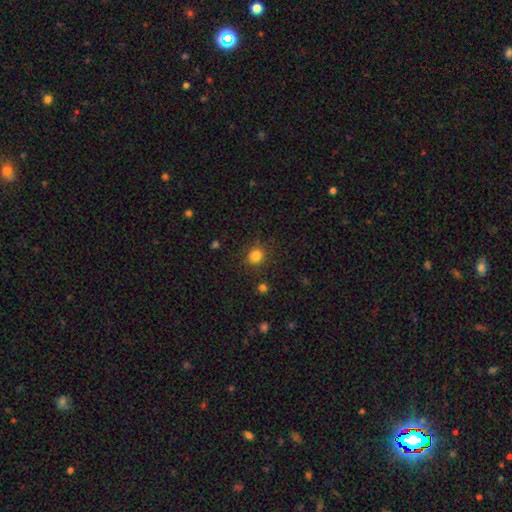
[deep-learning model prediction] Smooth or featured?
  - smooth: 83% *
  - star or artifact: 12%
  - featured or disk: 5%
How rounded?
  - round: 81% *
  - in between: 18%
  - cigar-shaped: 1%
Merging?
  - none: 85% *
  - minor disturbance: 10%
  - major disturbance: 3%
  - merger: 2%